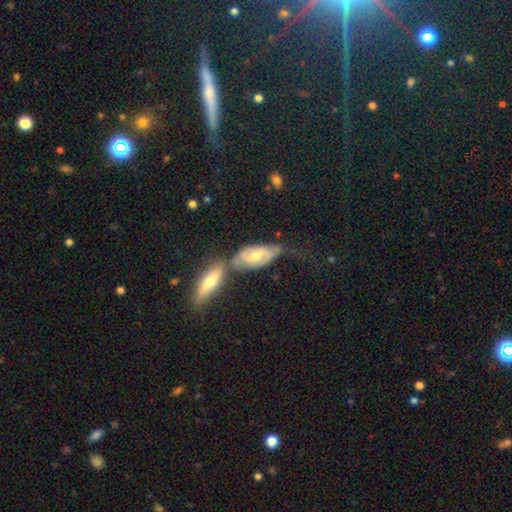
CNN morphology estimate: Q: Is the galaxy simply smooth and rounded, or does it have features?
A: featured or disk — 66%.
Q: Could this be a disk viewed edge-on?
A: no — 83%.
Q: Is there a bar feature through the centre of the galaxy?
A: no — 47%.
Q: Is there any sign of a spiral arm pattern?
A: yes — 77%.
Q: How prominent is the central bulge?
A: moderate — 62%.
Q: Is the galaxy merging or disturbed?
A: none — 36%.